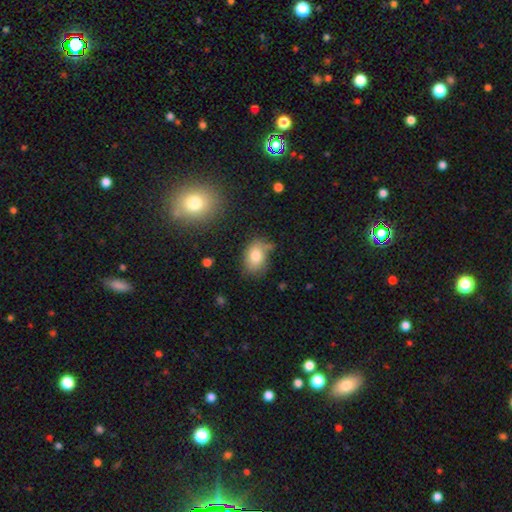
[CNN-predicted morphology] smooth-or-featured: smooth: 79% | featured or disk: 12% | star or artifact: 9%
  how-rounded: in between: 80% | round: 19% | cigar-shaped: 1%
  merging: none: 62% | minor disturbance: 25% | major disturbance: 7% | merger: 6%